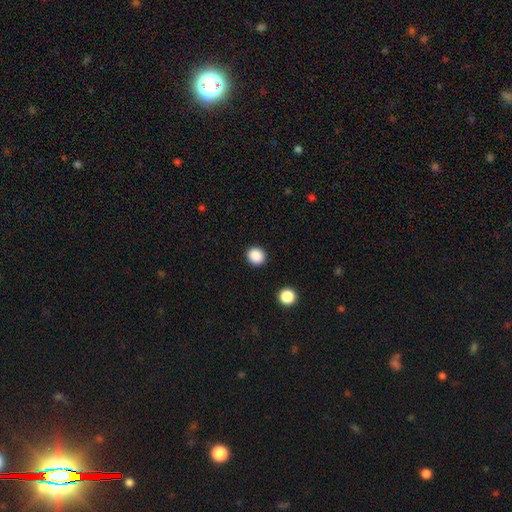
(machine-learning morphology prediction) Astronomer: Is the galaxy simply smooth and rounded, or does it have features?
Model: smooth — 88%.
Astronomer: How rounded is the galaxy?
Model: round — 84%.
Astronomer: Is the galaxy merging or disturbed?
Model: none — 91%.